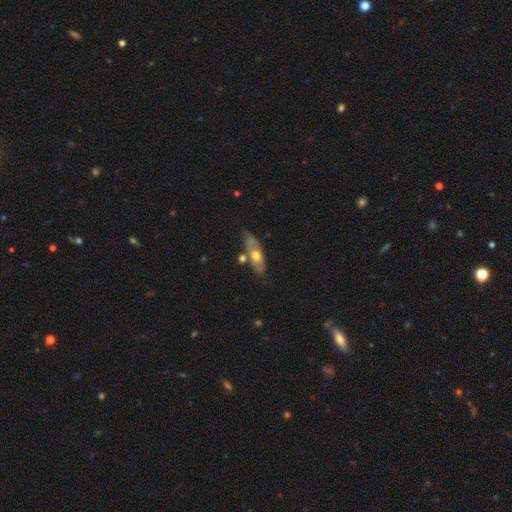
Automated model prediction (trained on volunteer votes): smooth_or_featured: featured or disk (p=0.52) [alt: smooth p=0.42]
disk_edge_on: no (p=0.66) [alt: yes p=0.34]
merging: none (p=0.62) [alt: minor disturbance p=0.20]